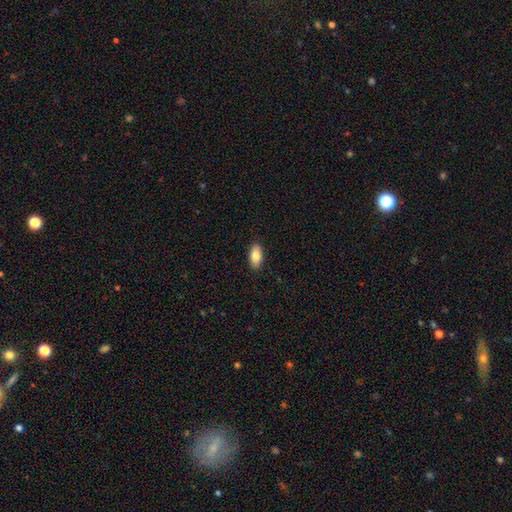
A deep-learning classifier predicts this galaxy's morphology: A smooth galaxy with no disk features (82%) that is in between round and cigar-shaped (92%).

Vote fractions:
- Smooth or featured? smooth: 82% / featured or disk: 11% / star or artifact: 7%
- How rounded? in between: 92% / cigar-shaped: 5% / round: 3%
- Merging? none: 89% / minor disturbance: 8% / major disturbance: 2% / merger: 1%